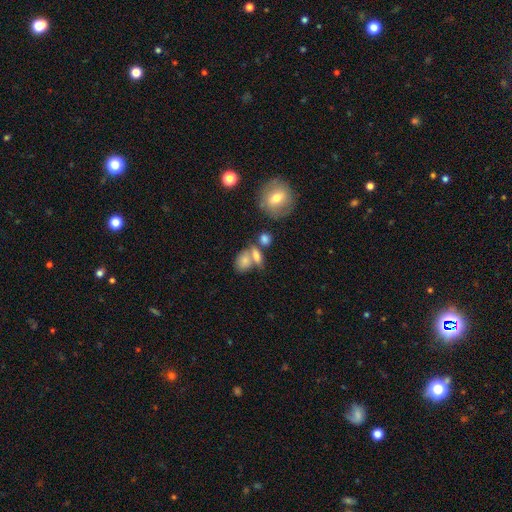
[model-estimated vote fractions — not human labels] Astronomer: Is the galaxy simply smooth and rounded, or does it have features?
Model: smooth — 71%.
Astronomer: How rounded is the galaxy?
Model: in between — 73%.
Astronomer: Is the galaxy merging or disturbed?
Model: merger — 44% (runner-up: none, 37%).